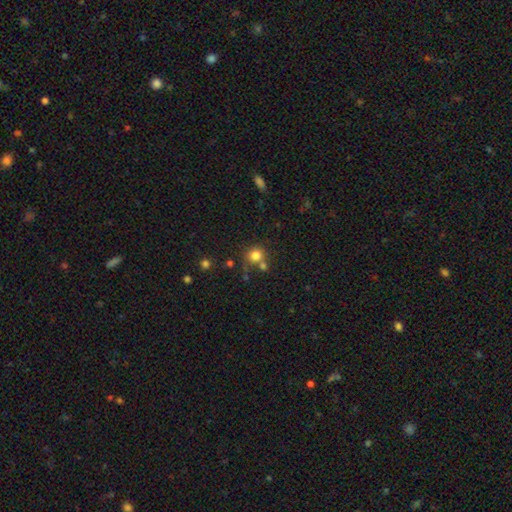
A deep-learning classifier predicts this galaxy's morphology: This appears to be a smooth galaxy with no disk features (80%) that is round (86%). Merging: none (58%).